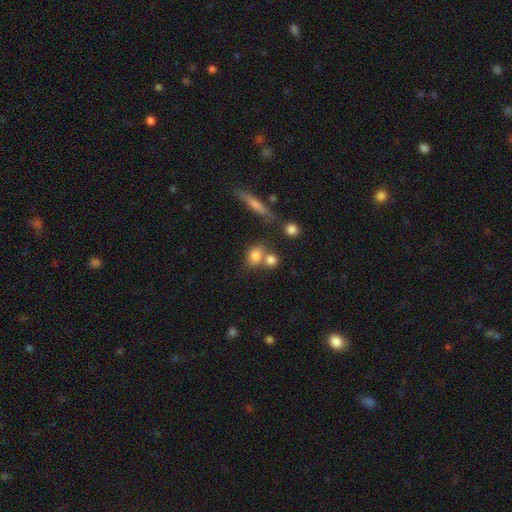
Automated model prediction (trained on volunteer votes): Smooth or featured? smooth (78%)
How rounded? round (49%)
Merging? none (50%)